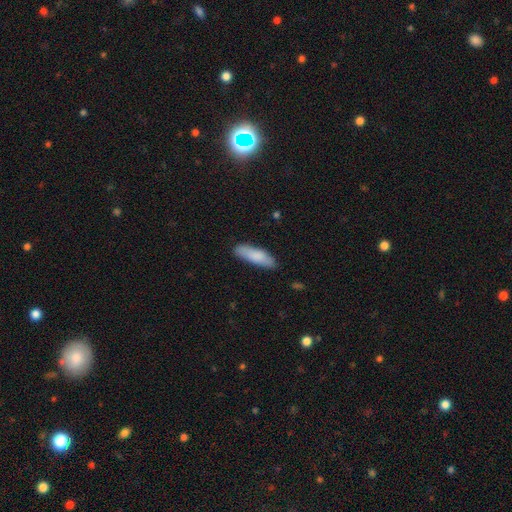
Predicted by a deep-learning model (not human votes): smooth 84%, featured or disk 11%, star or artifact 5%. Down the decision tree: how rounded — cigar-shaped (56%); merging — none (82%).